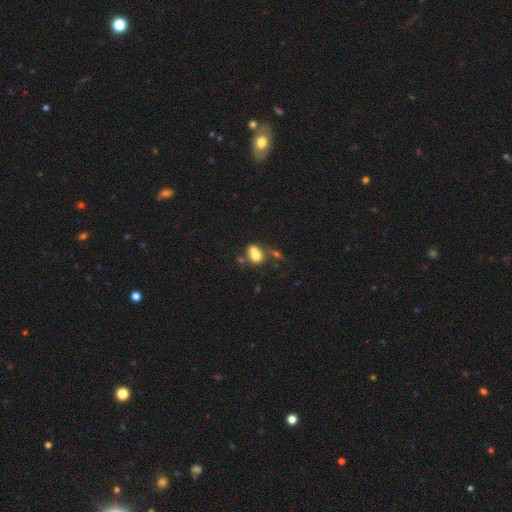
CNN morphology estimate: This is likely a smooth galaxy (69%). How rounded: possibly round (54%). Merging: possibly merger (59%).